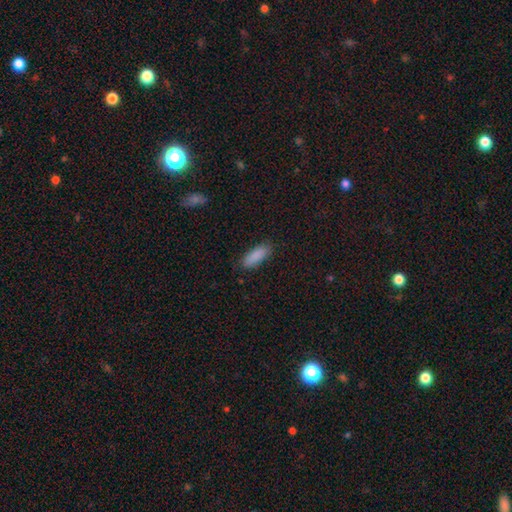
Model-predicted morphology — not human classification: Smooth or featured? smooth (89%)
How rounded? in between (64%)
Merging? none (86%)